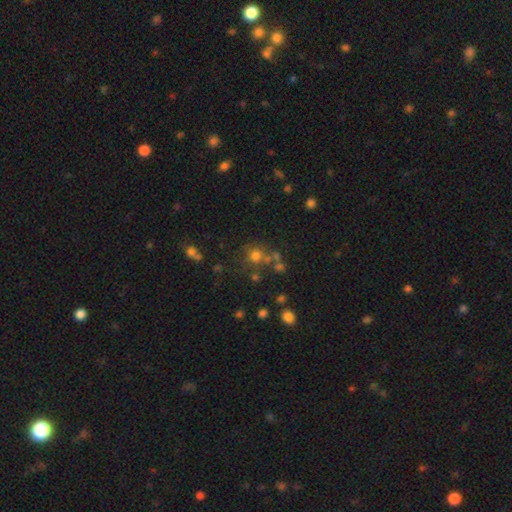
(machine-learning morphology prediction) Smooth or featured? smooth (66%)
How rounded? round (88%)
Merging? none (65%)